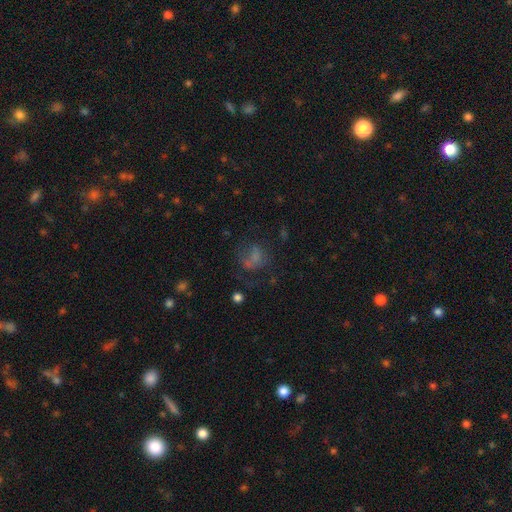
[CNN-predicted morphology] type=smooth (42%); merging=none (45%).